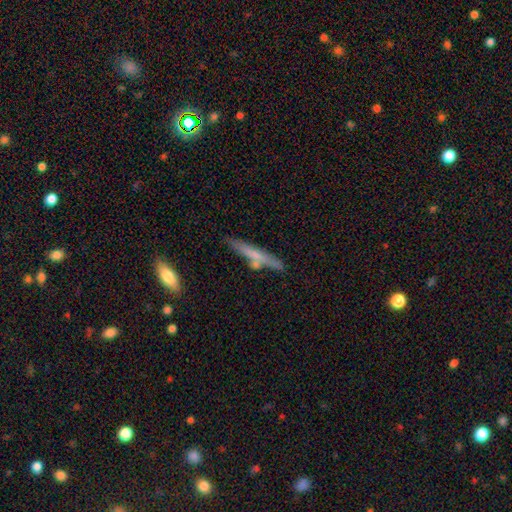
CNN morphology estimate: The model was most divided on "smooth or featured": smooth: 57%, featured or disk: 37%, star or artifact: 6%. More confident: how rounded — cigar-shaped (92%); merging — none (72%).